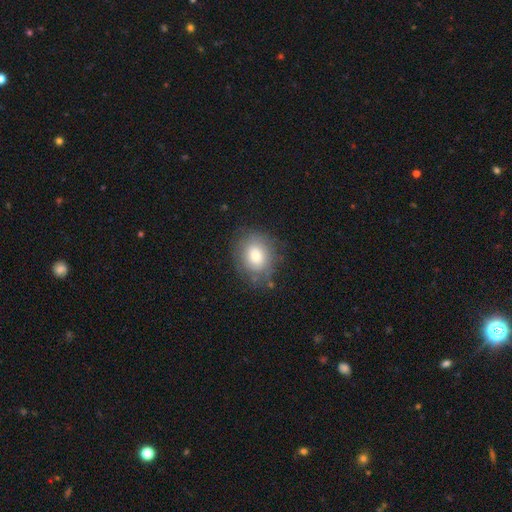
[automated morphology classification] smooth_or_featured: smooth (p=0.70) [alt: featured or disk p=0.20]
how_rounded: round (p=0.59) [alt: in between p=0.40]
merging: none (p=0.74) [alt: minor disturbance p=0.17]